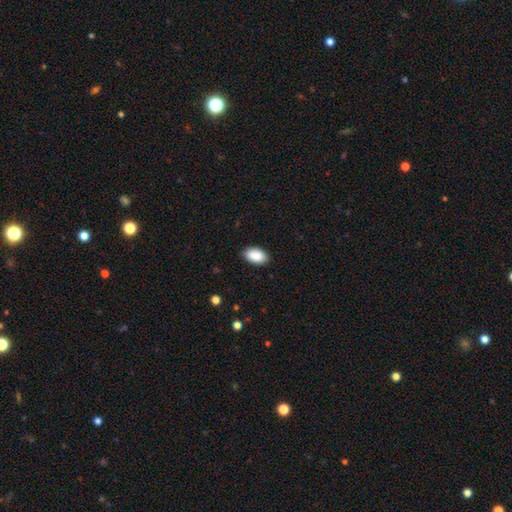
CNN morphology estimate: type=smooth (90%); roundness=in between (95%); merging=none (88%).